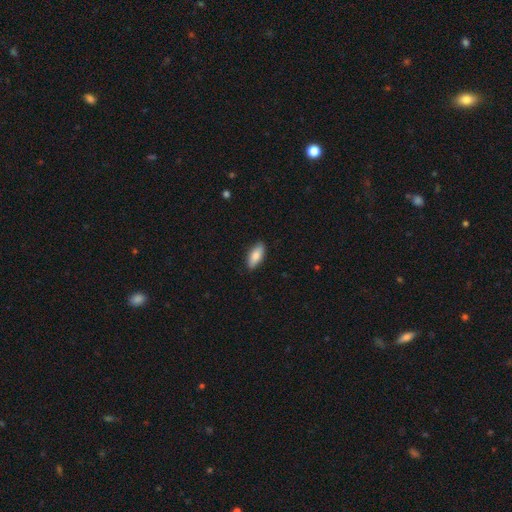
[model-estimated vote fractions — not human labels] smooth_or_featured: smooth (p=0.82) [alt: featured or disk p=0.13]
how_rounded: in between (p=0.79) [alt: cigar-shaped p=0.18]
merging: none (p=0.88) [alt: minor disturbance p=0.09]